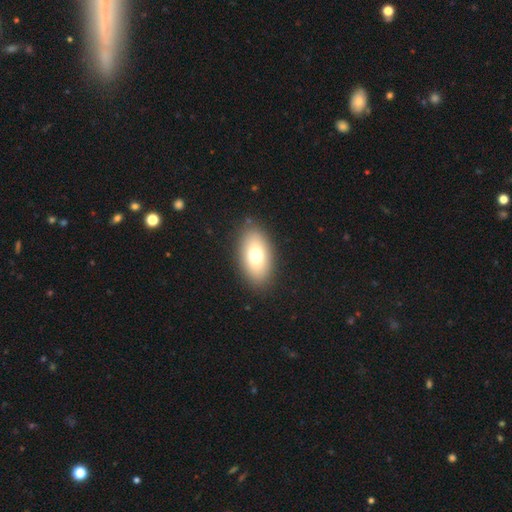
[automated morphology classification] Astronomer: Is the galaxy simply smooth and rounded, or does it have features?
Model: smooth — 72%.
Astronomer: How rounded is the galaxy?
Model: in between — 91%.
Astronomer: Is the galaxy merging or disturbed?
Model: none — 86%.